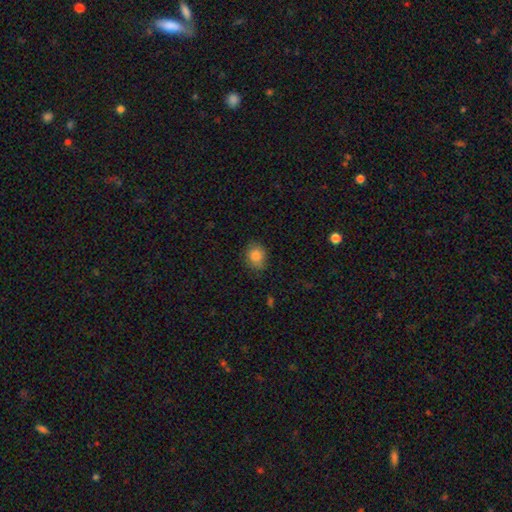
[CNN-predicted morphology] This appears to be a smooth galaxy with no disk features (85%) that is round (68%). Merging: none (78%).